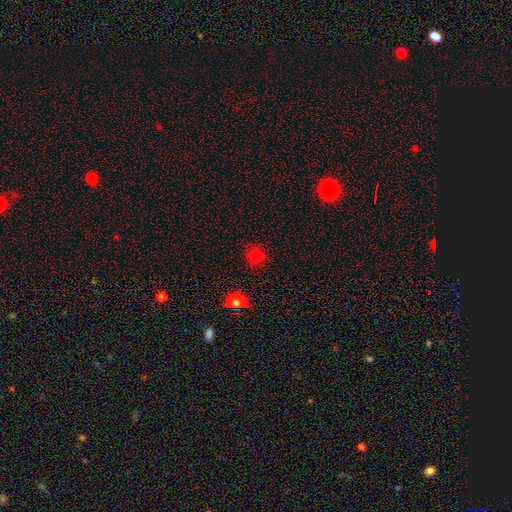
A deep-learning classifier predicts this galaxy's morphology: Overall: smooth (75%). How rounded: round (85%). Merging: none (86%).